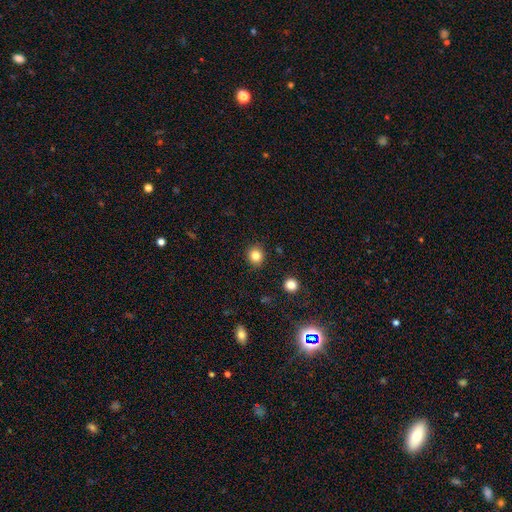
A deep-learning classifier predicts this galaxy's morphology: type=smooth (83%); roundness=round (86%); merging=none (90%).